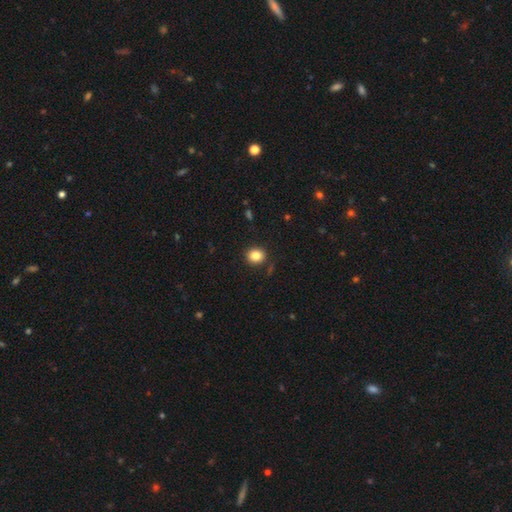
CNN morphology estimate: type=smooth (84%); roundness=round (73%); merging=none (89%).